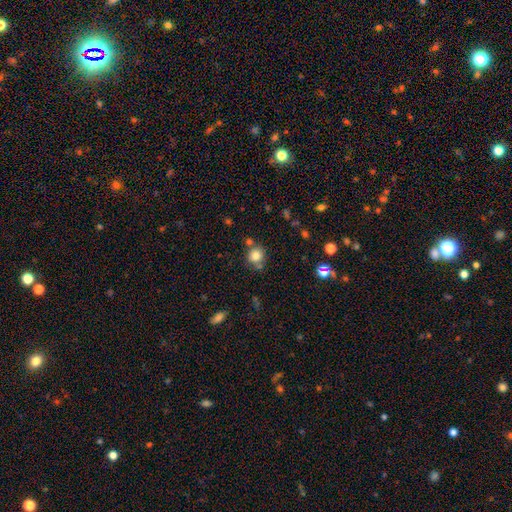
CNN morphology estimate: smooth_or_featured: smooth (p=0.80) [alt: star or artifact p=0.12]
how_rounded: round (p=0.89) [alt: in between p=0.10]
merging: none (p=0.70) [alt: merger p=0.15]